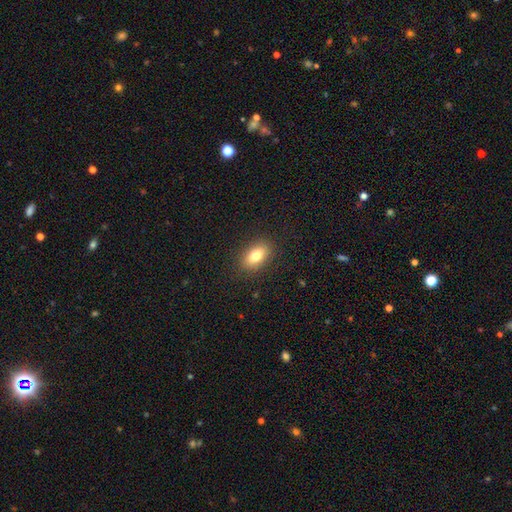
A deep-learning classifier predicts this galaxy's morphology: This is likely a smooth galaxy (79%). How rounded: clearly in between (87%). Merging: clearly none (88%).